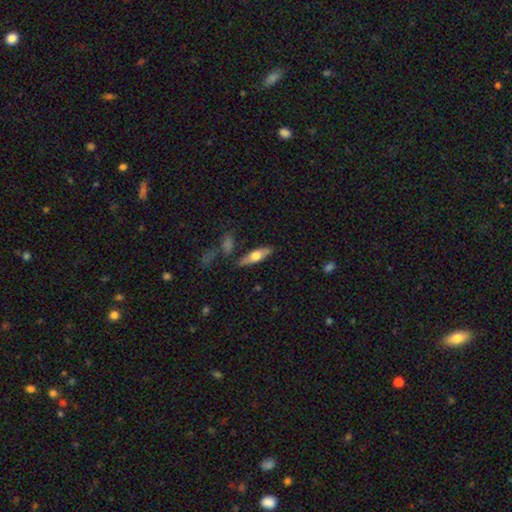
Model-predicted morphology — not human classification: The model was most divided on "how rounded": in between: 51%, cigar-shaped: 46%, round: 3%. More confident: merging — none (81%); smooth or featured — smooth (53%).